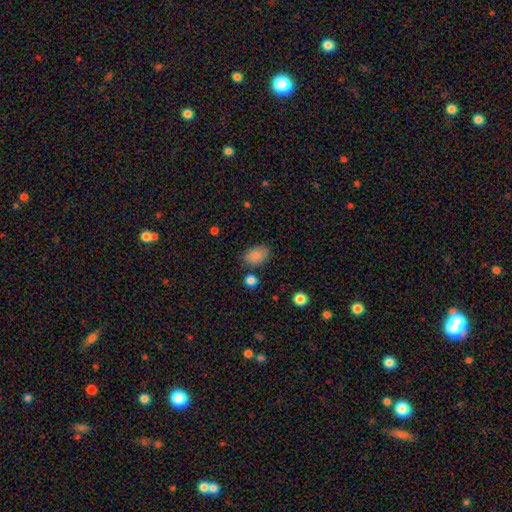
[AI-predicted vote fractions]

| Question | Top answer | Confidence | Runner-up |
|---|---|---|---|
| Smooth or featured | smooth | 84% | star or artifact (9%) |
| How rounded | in between | 84% | round (14%) |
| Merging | none | 74% | minor disturbance (18%) |